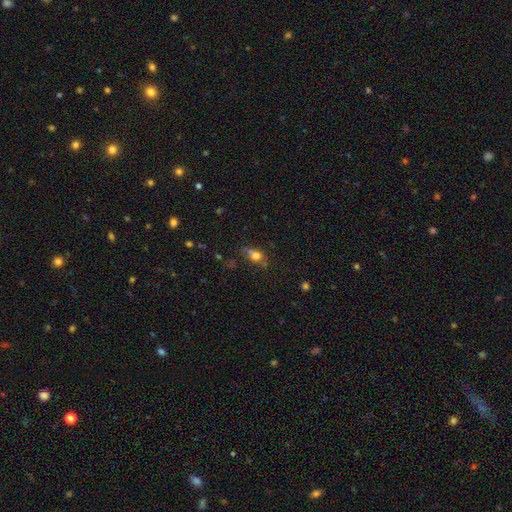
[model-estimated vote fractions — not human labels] Smooth or featured: smooth — 71% (star or artifact — 15%)
How rounded: in between — 52% (round — 42%)
Merging: none — 48% (minor disturbance — 26%)